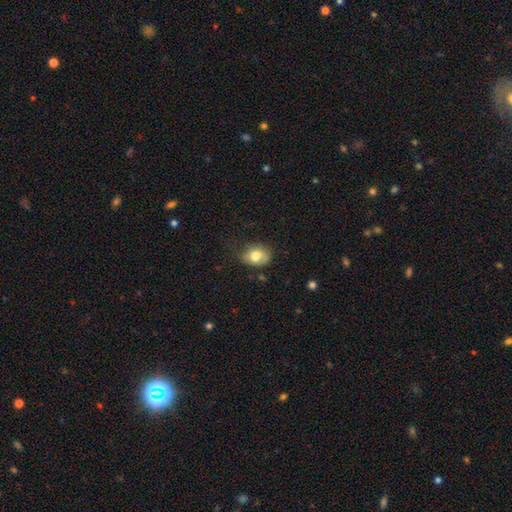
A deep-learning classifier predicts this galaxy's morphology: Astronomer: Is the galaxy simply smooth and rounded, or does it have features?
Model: smooth — 78%.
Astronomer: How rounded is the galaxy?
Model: in between — 65%.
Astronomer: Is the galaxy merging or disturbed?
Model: none — 53% (runner-up: minor disturbance, 33%).